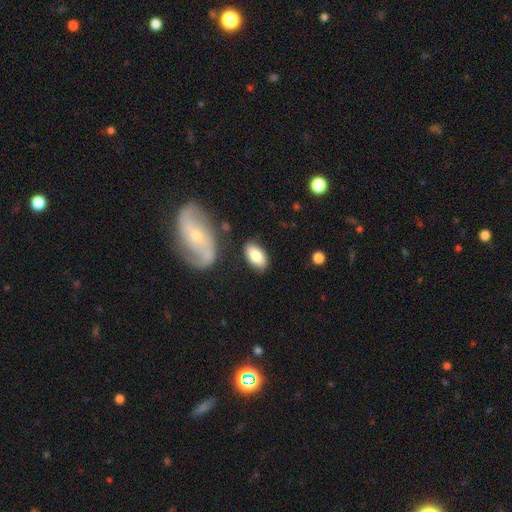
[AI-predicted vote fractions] This is clearly a smooth galaxy (81%). How rounded: clearly in between (93%). Merging: likely none (79%).